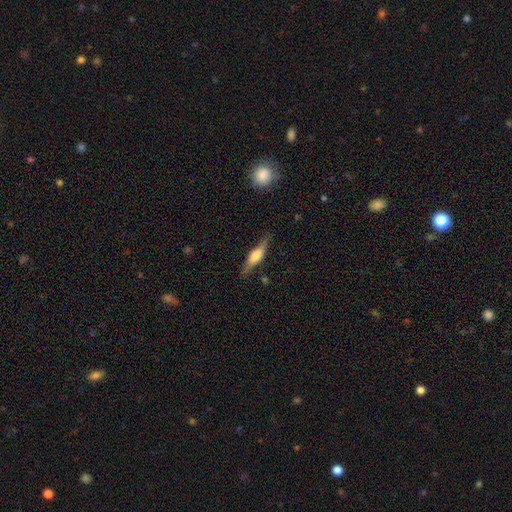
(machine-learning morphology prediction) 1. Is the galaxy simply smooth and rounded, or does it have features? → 61% featured or disk, 32% smooth, 7% star or artifact.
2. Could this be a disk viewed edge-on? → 95% yes, 5% no.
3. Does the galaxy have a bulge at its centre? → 79% rounded, 18% boxy, 4% none.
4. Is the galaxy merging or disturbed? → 82% none, 13% minor disturbance, 3% major disturbance, 2% merger.